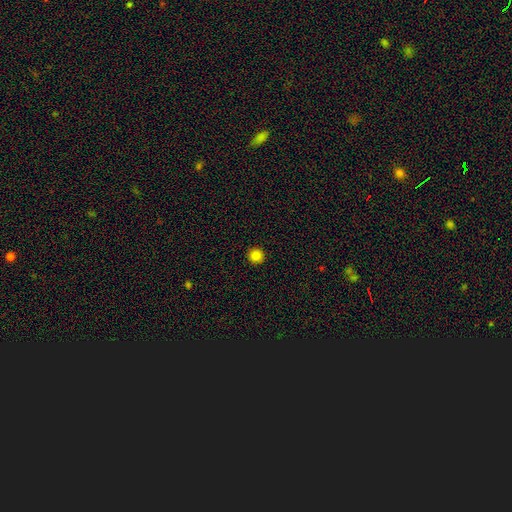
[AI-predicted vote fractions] The model was most divided on "smooth or featured": smooth: 84%, star or artifact: 11%, featured or disk: 4%. More confident: how rounded — round (96%); merging — none (93%).